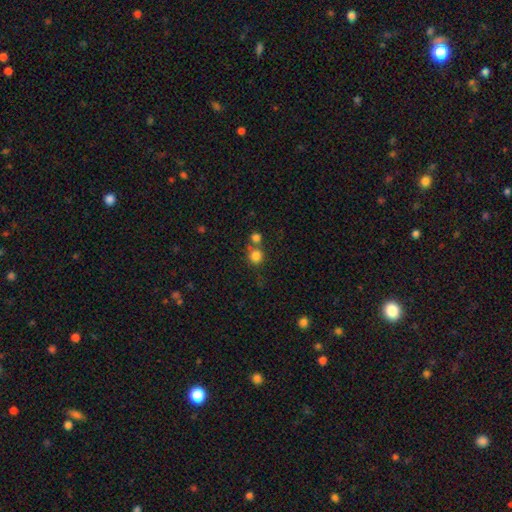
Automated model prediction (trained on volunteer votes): smooth-or-featured: smooth: 82% | star or artifact: 12% | featured or disk: 6%
  how-rounded: round: 90% | in between: 9% | cigar-shaped: 1%
  merging: none: 58% | merger: 30% | minor disturbance: 8% | major disturbance: 3%